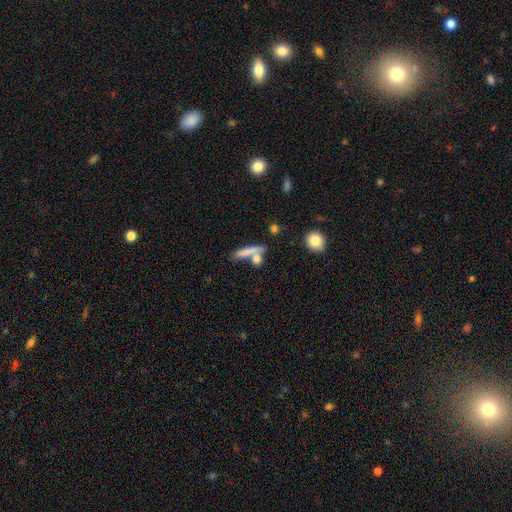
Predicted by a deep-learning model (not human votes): smooth-or-featured: smooth: 70% | featured or disk: 21% | star or artifact: 9%
  how-rounded: cigar-shaped: 66% | in between: 22% | round: 12%
  merging: none: 53% | merger: 31% | minor disturbance: 11% | major disturbance: 6%